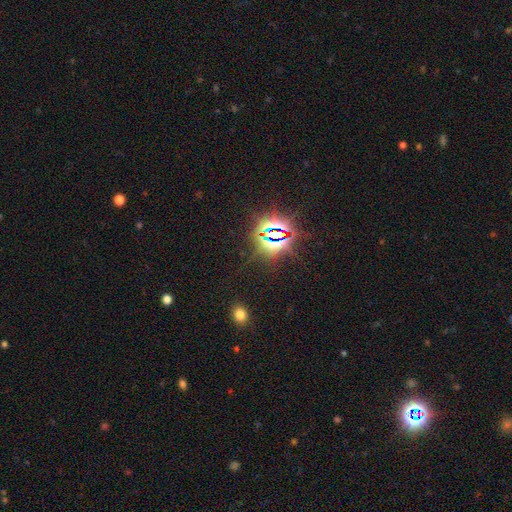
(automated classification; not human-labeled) Smooth or featured? star or artifact (83%)